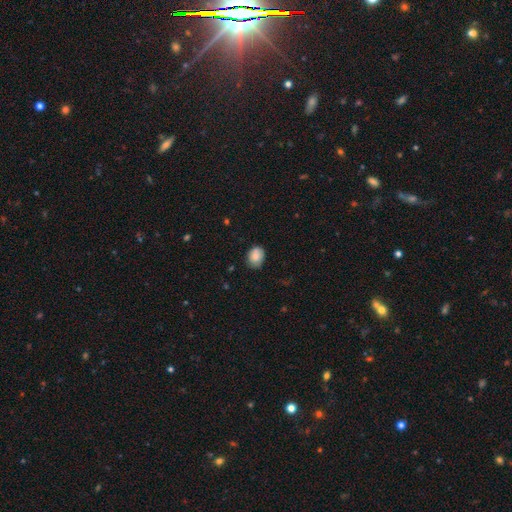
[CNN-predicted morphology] smooth_or_featured: smooth (p=0.84) [alt: featured or disk p=0.08]
how_rounded: in between (p=0.55) [alt: round p=0.44]
merging: none (p=0.77) [alt: minor disturbance p=0.18]